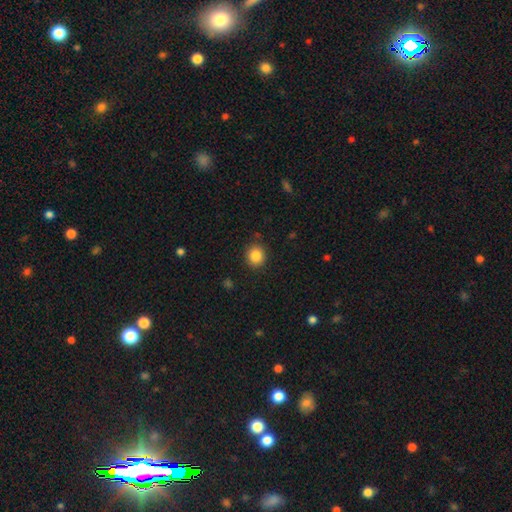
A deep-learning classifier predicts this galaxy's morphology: A smooth galaxy with no disk features (86%) that is round (85%). Merging: none (89%).